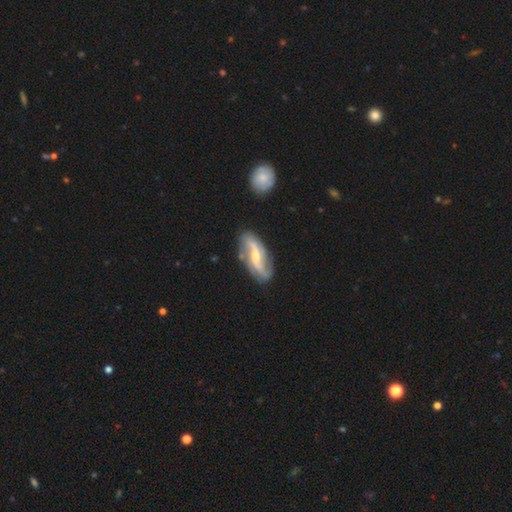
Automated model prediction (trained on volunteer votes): Morphology: type=featured or disk (80%); edge-on=no (92%); bar=weak (45%); spiral arms=yes (93%); winding=loose (62%); arm count=2 (87%); bulge=small (46%); merging=none (75%).